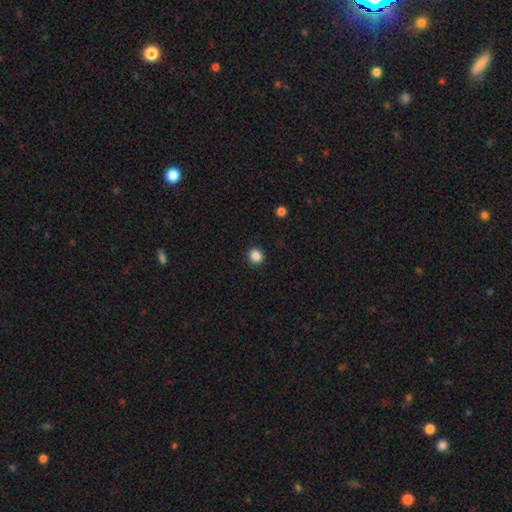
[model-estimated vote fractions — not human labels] smooth_or_featured: smooth (p=0.87) [alt: star or artifact p=0.10]
how_rounded: round (p=0.81) [alt: in between p=0.18]
merging: none (p=0.91) [alt: minor disturbance p=0.06]